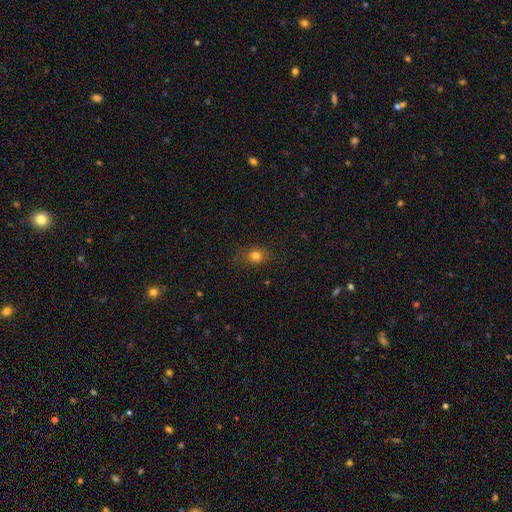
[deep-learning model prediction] Smooth or featured? Predicted: smooth (p=0.78). How rounded? Predicted: round (p=0.64). Merging? Predicted: none (p=0.79).